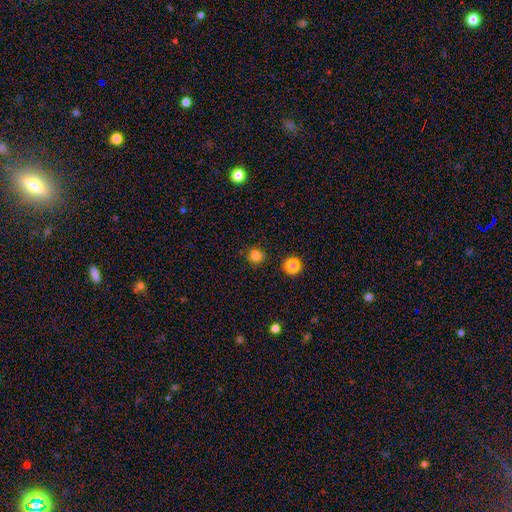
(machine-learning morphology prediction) A smooth galaxy with no disk features (80%) that is round (91%). Merging: none (86%).